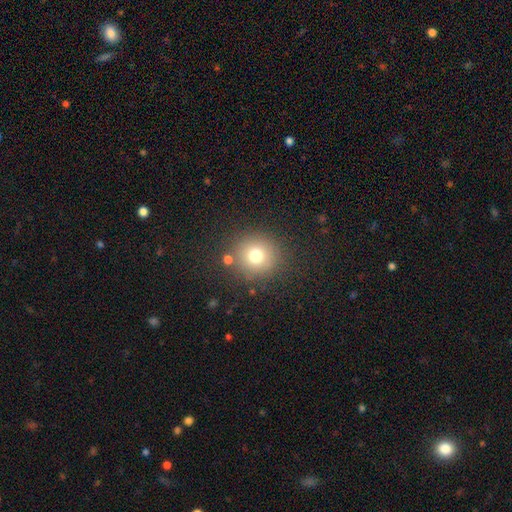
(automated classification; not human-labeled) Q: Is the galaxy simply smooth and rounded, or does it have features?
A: smooth — 74%.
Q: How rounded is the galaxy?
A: round — 92%.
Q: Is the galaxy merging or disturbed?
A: none — 83%.